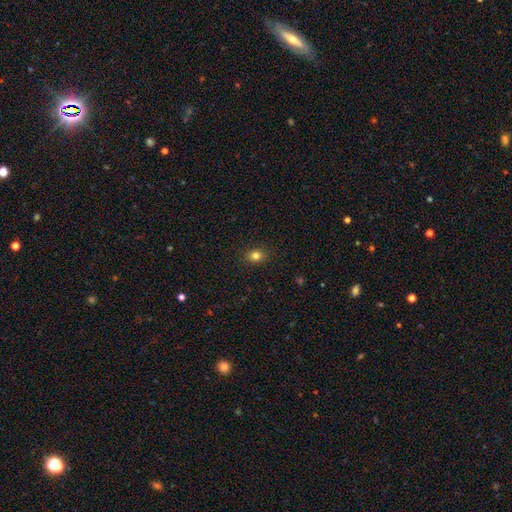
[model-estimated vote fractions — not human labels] A smooth galaxy with no disk features (81%) that is round (59%).

Vote fractions:
- Smooth or featured? smooth: 81% / star or artifact: 13% / featured or disk: 6%
- How rounded? round: 59% / in between: 40% / cigar-shaped: 1%
- Merging? none: 89% / minor disturbance: 8% / major disturbance: 2% / merger: 1%